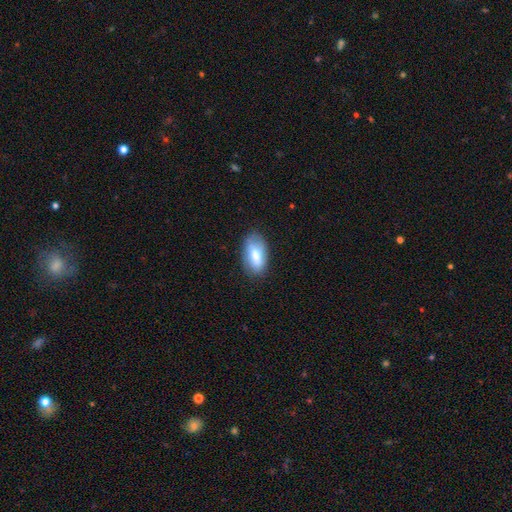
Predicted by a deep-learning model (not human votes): The model was most divided on "merging": none: 74%, minor disturbance: 20%, major disturbance: 5%, merger: 1%. More confident: how rounded — in between (92%); smooth or featured — smooth (74%).